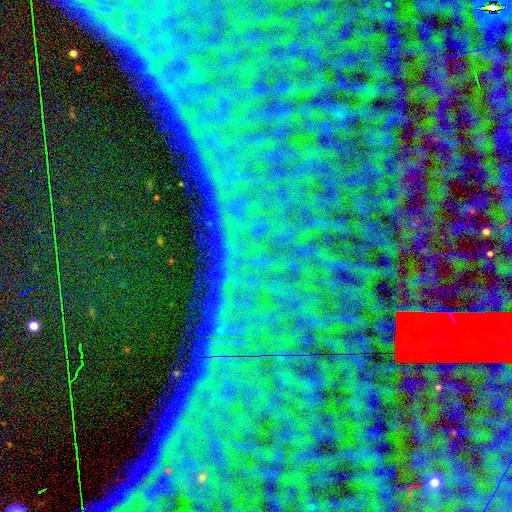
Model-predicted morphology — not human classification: This appears to be a star or artifact, not a galaxy (86%).